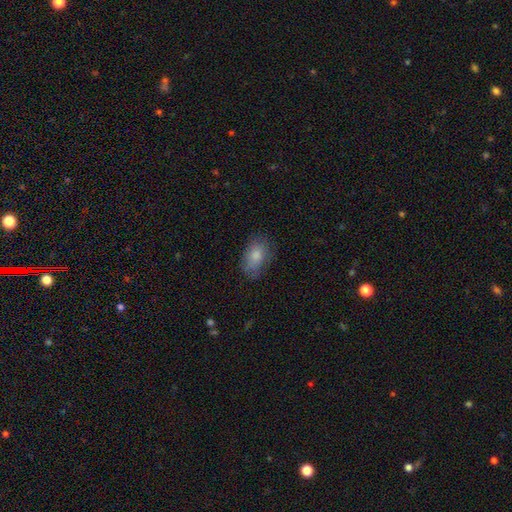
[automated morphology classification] A smooth galaxy with no disk features (80%) that is in between round and cigar-shaped (86%).

Vote fractions:
- Smooth or featured? smooth: 80% / featured or disk: 13% / star or artifact: 7%
- How rounded? in between: 86% / round: 12% / cigar-shaped: 2%
- Merging? none: 68% / minor disturbance: 23% / major disturbance: 7% / merger: 1%